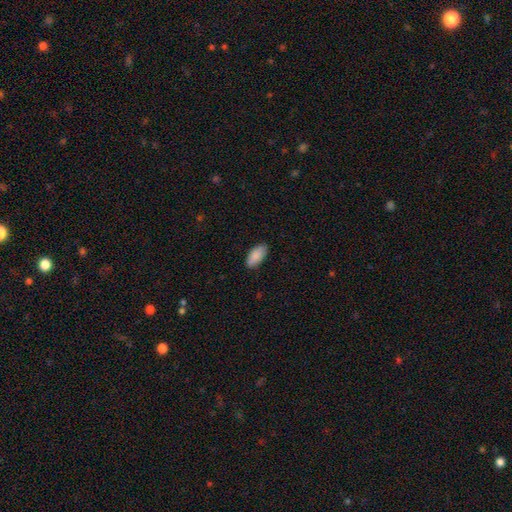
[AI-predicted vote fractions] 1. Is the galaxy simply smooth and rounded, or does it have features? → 89% smooth, 6% star or artifact, 5% featured or disk.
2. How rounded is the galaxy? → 91% in between, 7% cigar-shaped, 2% round.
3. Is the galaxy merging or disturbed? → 86% none, 11% minor disturbance, 2% major disturbance, 1% merger.